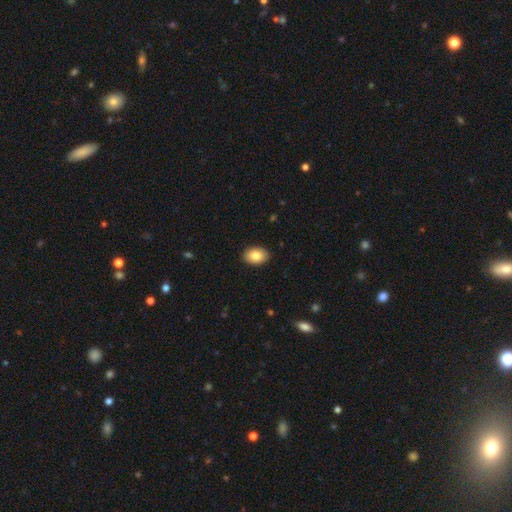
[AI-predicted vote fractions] This appears to be a smooth galaxy with no disk features (85%) that is in between round and cigar-shaped (82%). Merging: none (90%).